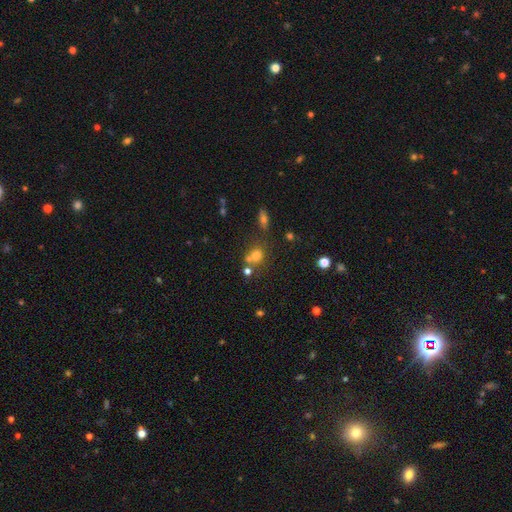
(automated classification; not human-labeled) smooth-or-featured: smooth: 68% | star or artifact: 19% | featured or disk: 13%
  how-rounded: round: 78% | in between: 21% | cigar-shaped: 1%
  merging: none: 50% | merger: 35% | minor disturbance: 10% | major disturbance: 5%